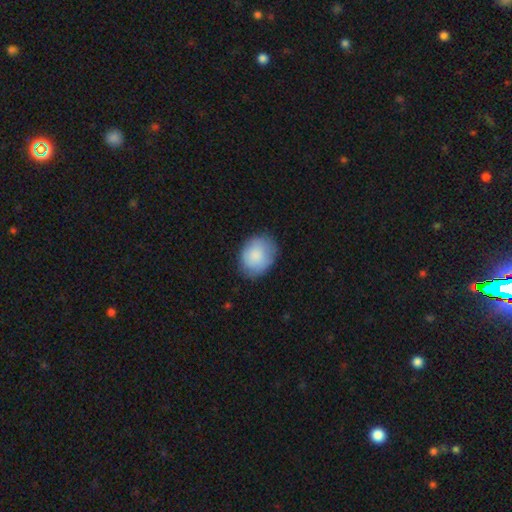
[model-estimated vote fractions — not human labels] Smooth or featured? smooth (83%)
How rounded? in between (63%)
Merging? none (76%)